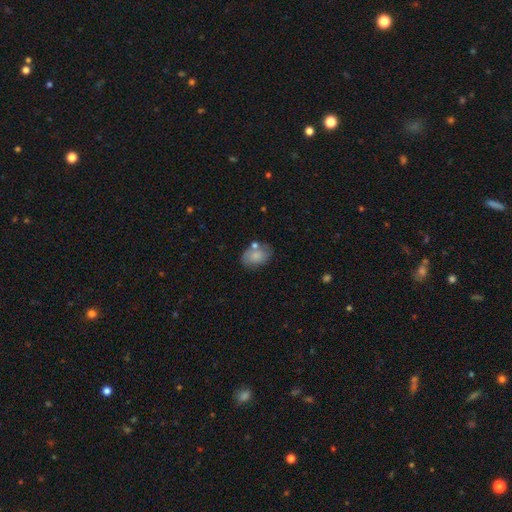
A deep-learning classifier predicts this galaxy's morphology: Smooth or featured?
  - smooth: 76% *
  - featured or disk: 16%
  - star or artifact: 8%
How rounded?
  - in between: 81% *
  - round: 17%
  - cigar-shaped: 1%
Merging?
  - none: 59% *
  - minor disturbance: 20%
  - merger: 15%
  - major disturbance: 6%